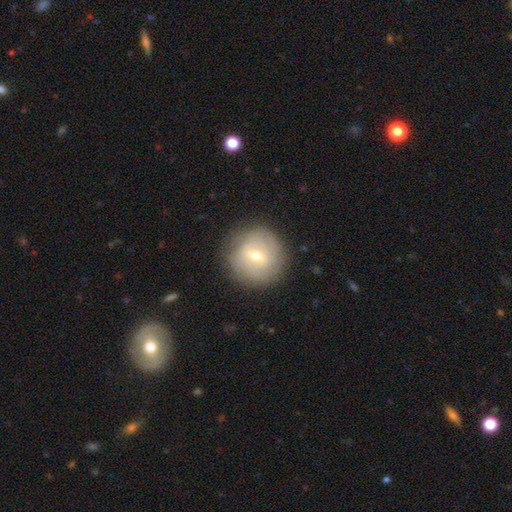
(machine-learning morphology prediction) Q: Smooth or featured?
A: featured or disk (54%); runner-up: smooth (38%)
Q: Edge-on disk?
A: no (95%); runner-up: yes (5%)
Q: Bar?
A: weak (58%); runner-up: no (24%)
Q: Spiral arms?
A: yes (56%); runner-up: no (44%)
Q: Bulge size?
A: moderate (62%); runner-up: small (33%)
Q: Merging?
A: none (83%); runner-up: minor disturbance (12%)